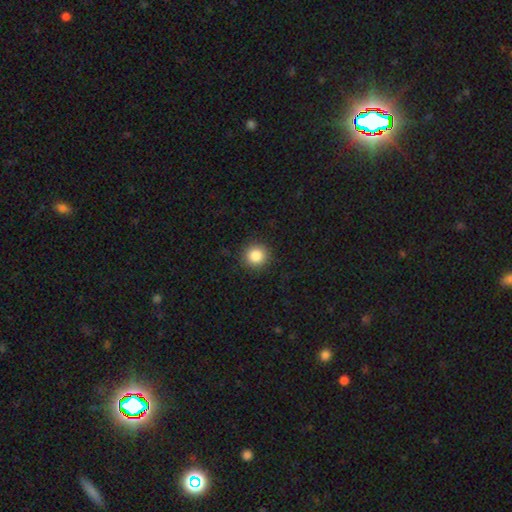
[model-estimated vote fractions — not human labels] smooth-or-featured: smooth: 86% | star or artifact: 10% | featured or disk: 4%
  how-rounded: round: 94% | in between: 5% | cigar-shaped: 1%
  merging: none: 91% | minor disturbance: 6% | major disturbance: 2% | merger: 1%